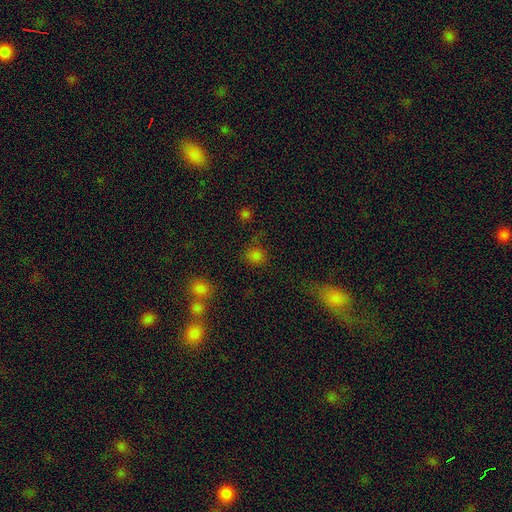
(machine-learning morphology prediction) Smooth or featured? Predicted: smooth (p=0.75). How rounded? Predicted: round (p=0.86). Merging? Predicted: none (p=0.71).